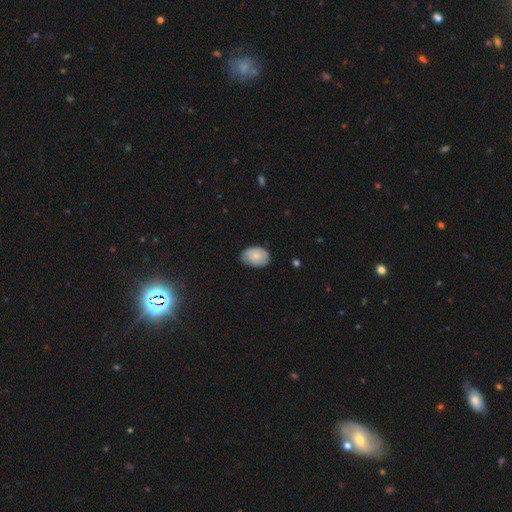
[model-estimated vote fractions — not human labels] Overall: smooth (68%). How rounded: in between (80%). Merging: none (73%).